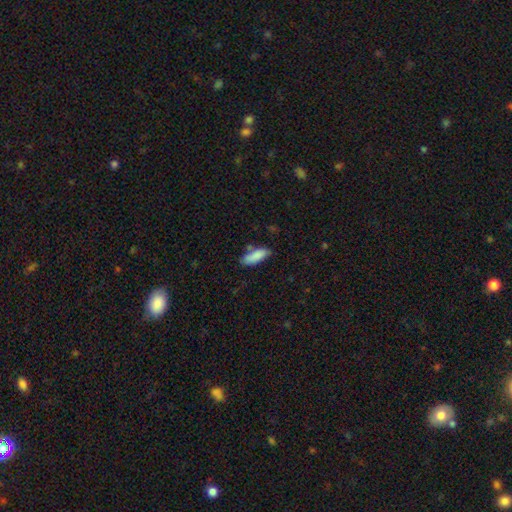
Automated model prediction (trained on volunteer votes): smooth_or_featured: smooth (p=0.86) [alt: featured or disk p=0.08]
how_rounded: in between (p=0.66) [alt: cigar-shaped p=0.32]
merging: none (p=0.66) [alt: minor disturbance p=0.21]